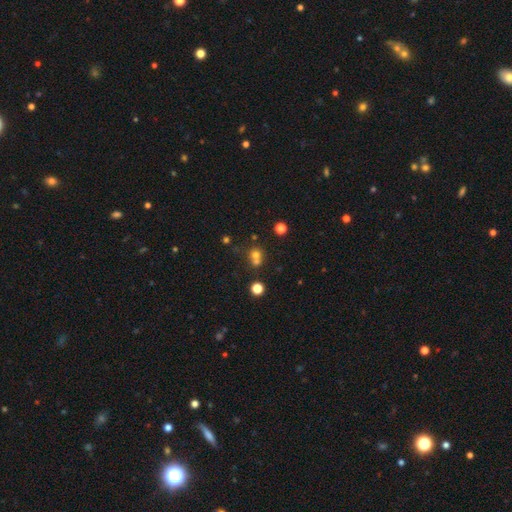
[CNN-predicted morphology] A smooth galaxy with no disk features (67%) that is round (83%).

Vote fractions:
- Smooth or featured? smooth: 67% / star or artifact: 20% / featured or disk: 14%
- How rounded? round: 83% / in between: 16% / cigar-shaped: 1%
- Merging? merger: 47% / none: 43% / minor disturbance: 7% / major disturbance: 4%